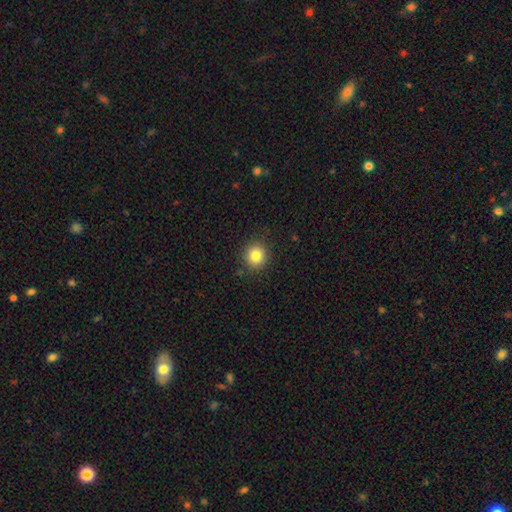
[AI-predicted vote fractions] This is clearly a smooth galaxy (83%). How rounded: clearly round (89%). Merging: clearly none (89%).